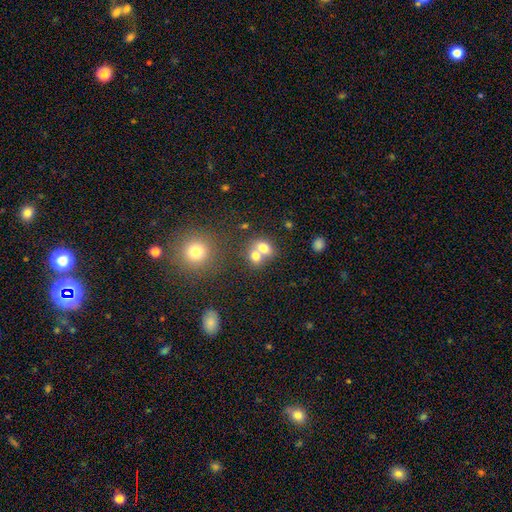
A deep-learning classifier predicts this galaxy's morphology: Smooth or featured? smooth (72%)
How rounded? round (50%)
Merging? merger (63%)